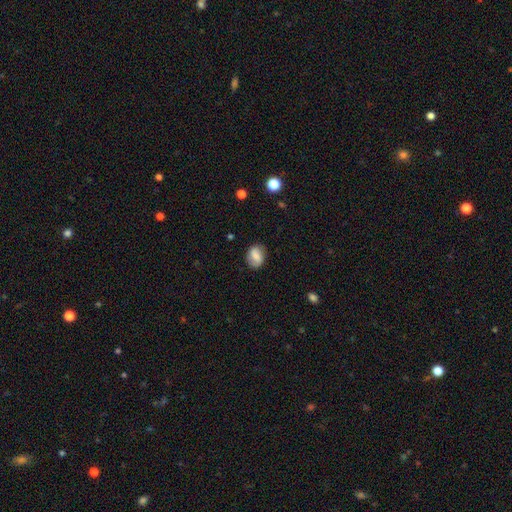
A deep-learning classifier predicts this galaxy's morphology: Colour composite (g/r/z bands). It shows a smooth galaxy with no disk features (68%) that is in between round and cigar-shaped (64%). Merging: none (79%).